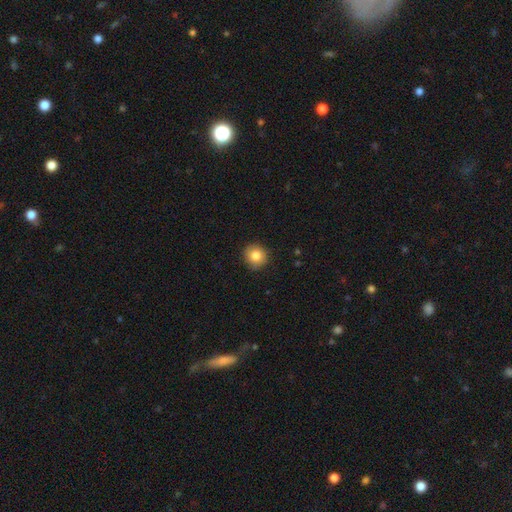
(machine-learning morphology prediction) The model was most divided on "smooth or featured": smooth: 83%, star or artifact: 9%, featured or disk: 8%. More confident: how rounded — round (91%); merging — none (90%).